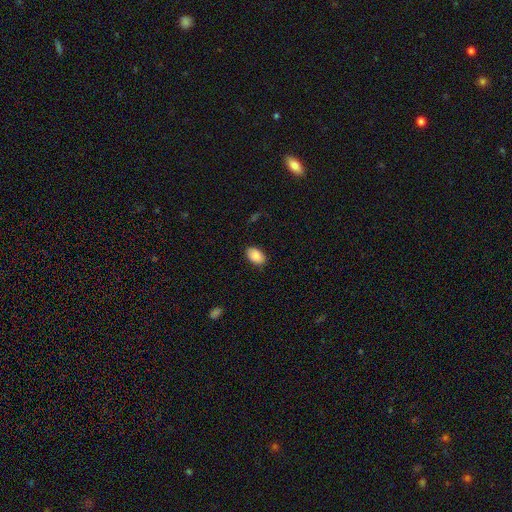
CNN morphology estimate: Smooth or featured? smooth (88%)
How rounded? in between (90%)
Merging? none (86%)